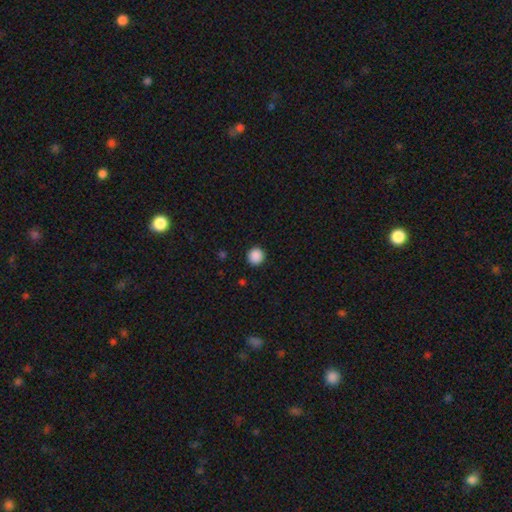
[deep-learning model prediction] smooth-or-featured: smooth: 89% | star or artifact: 9% | featured or disk: 2%
  how-rounded: round: 95% | in between: 4% | cigar-shaped: 1%
  merging: none: 93% | minor disturbance: 5% | major disturbance: 2% | merger: 1%